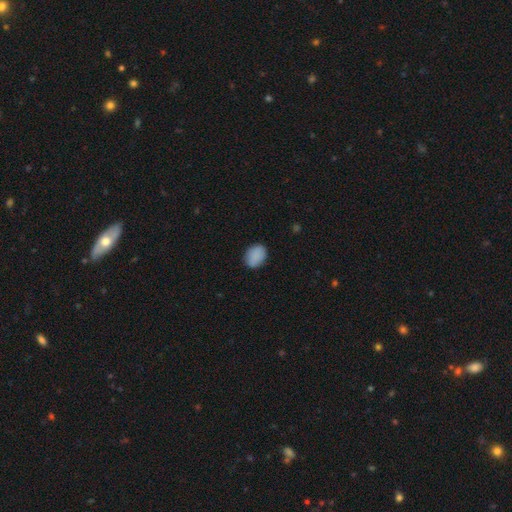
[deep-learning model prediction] smooth_or_featured: smooth (p=0.88) [alt: star or artifact p=0.08]
how_rounded: in between (p=0.65) [alt: round p=0.34]
merging: none (p=0.83) [alt: minor disturbance p=0.13]